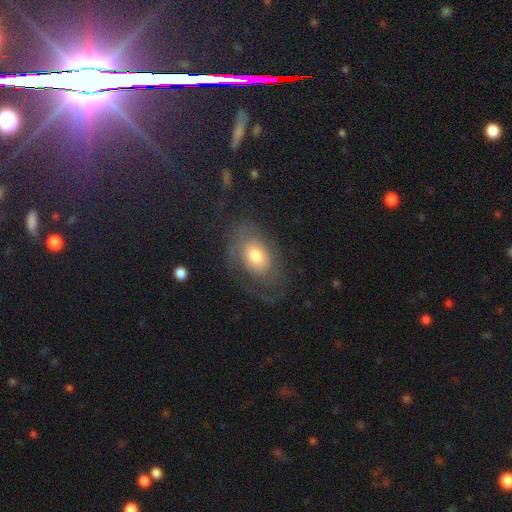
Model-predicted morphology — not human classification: Q: Smooth or featured?
A: featured or disk (53%); runner-up: smooth (37%)
Q: Edge-on disk?
A: no (94%); runner-up: yes (6%)
Q: Merging?
A: none (58%); runner-up: major disturbance (21%)